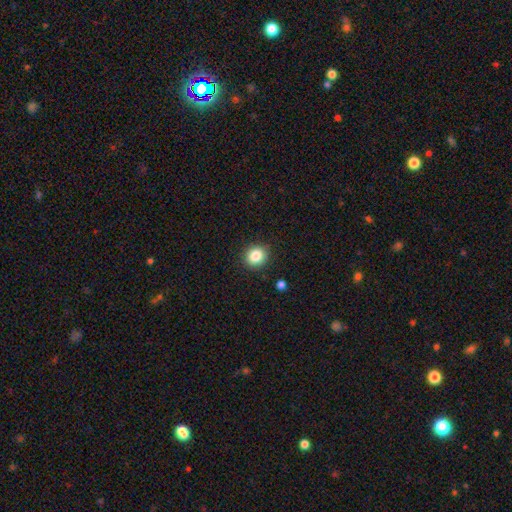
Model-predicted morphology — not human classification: smooth-or-featured: smooth: 85% | star or artifact: 10% | featured or disk: 5%
  how-rounded: round: 79% | in between: 20% | cigar-shaped: 1%
  merging: none: 89% | minor disturbance: 7% | major disturbance: 2% | merger: 1%